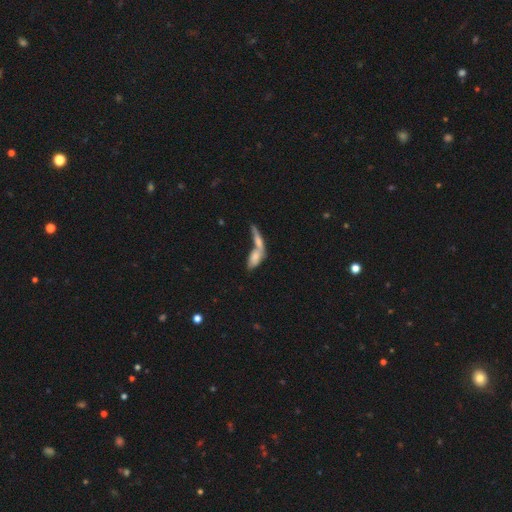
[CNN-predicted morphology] Q: Smooth or featured?
A: smooth (63%); runner-up: featured or disk (28%)
Q: How rounded?
A: in between (69%); runner-up: cigar-shaped (27%)
Q: Merging?
A: merger (63%); runner-up: none (23%)